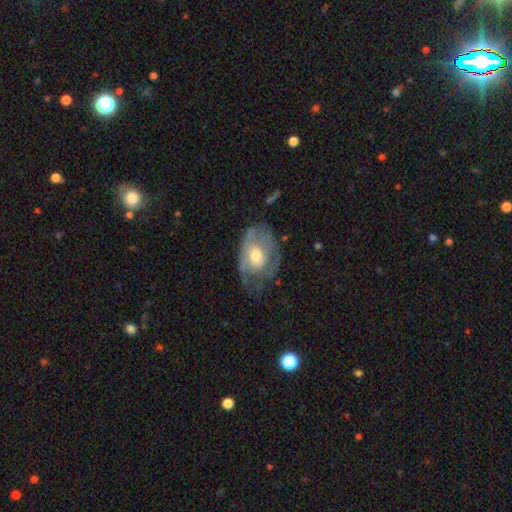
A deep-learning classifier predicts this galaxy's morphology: Smooth or featured? Predicted: featured or disk (p=0.65). Edge-on disk? Predicted: no (p=0.95). Bar? Predicted: no (p=0.76). Spiral arms? Predicted: yes (p=0.69). Bulge size? Predicted: moderate (p=0.65). Merging? Predicted: none (p=0.45).